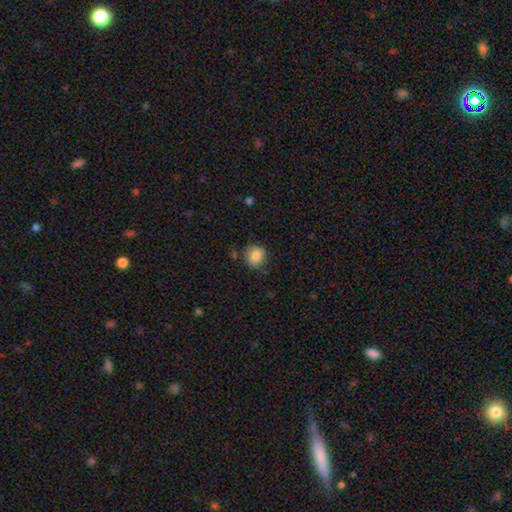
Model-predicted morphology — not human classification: This appears to be a smooth galaxy with no disk features (84%) that is round (72%). Merging: none (78%).